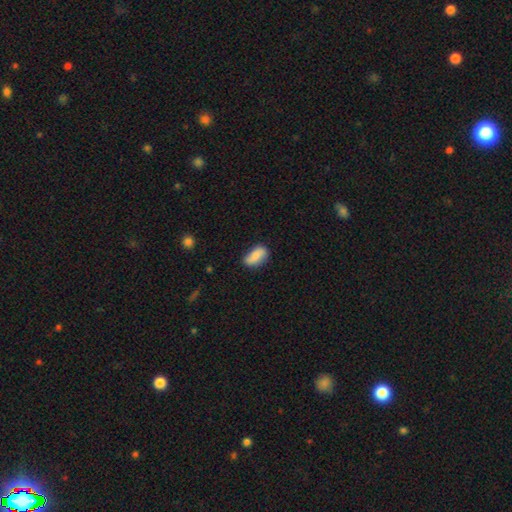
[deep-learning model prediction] Q: Smooth or featured?
A: smooth (78%); runner-up: featured or disk (15%)
Q: How rounded?
A: in between (87%); runner-up: cigar-shaped (8%)
Q: Merging?
A: none (74%); runner-up: minor disturbance (20%)